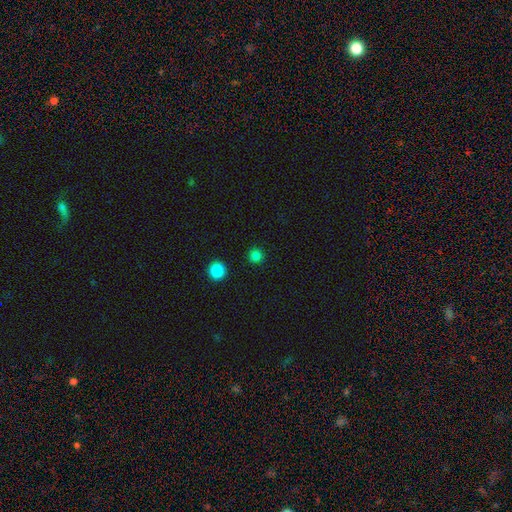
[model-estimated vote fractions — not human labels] Q: Smooth or featured?
A: smooth (81%); runner-up: star or artifact (15%)
Q: How rounded?
A: round (95%); runner-up: in between (4%)
Q: Merging?
A: none (92%); runner-up: minor disturbance (5%)